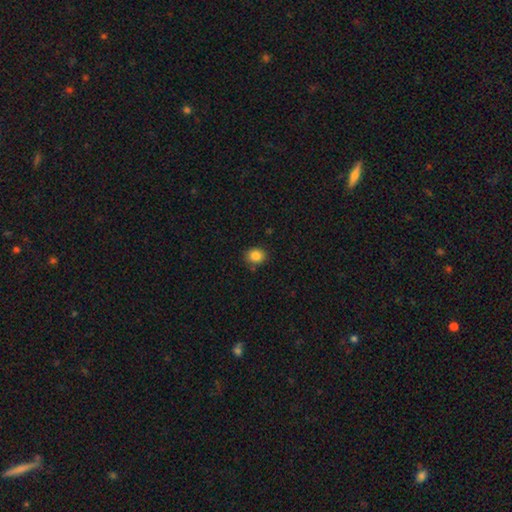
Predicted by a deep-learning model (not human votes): This is clearly a smooth galaxy (85%). How rounded: likely round (67%). Merging: clearly none (82%).